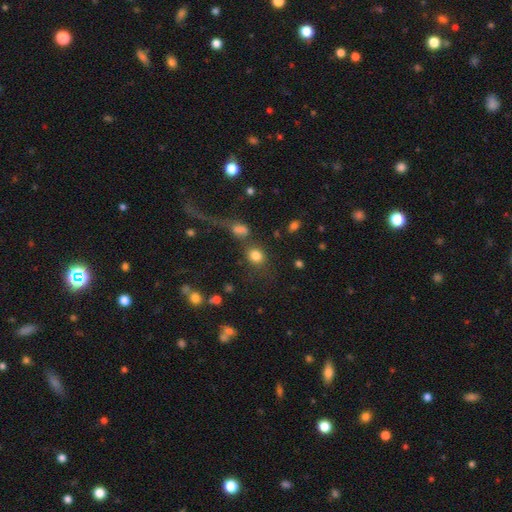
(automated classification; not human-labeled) Smooth or featured?
  - smooth: 81% *
  - star or artifact: 12%
  - featured or disk: 7%
How rounded?
  - round: 66% *
  - in between: 32%
  - cigar-shaped: 2%
Merging?
  - none: 60% *
  - merger: 17%
  - minor disturbance: 12%
  - major disturbance: 11%